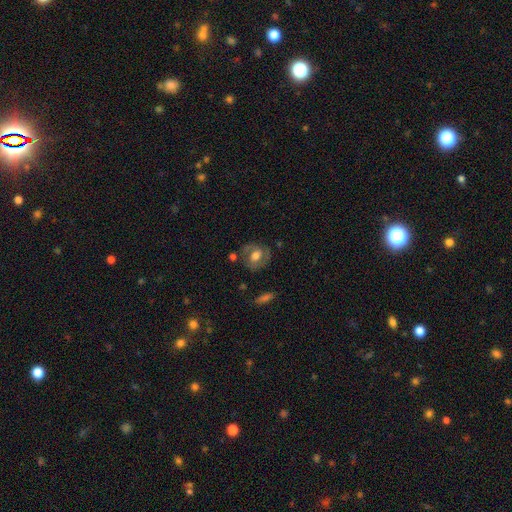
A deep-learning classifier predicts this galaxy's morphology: Smooth or featured? featured or disk (53%)
Edge-on disk? no (95%)
Bar? no (57%)
Spiral arms? yes (60%)
Bulge size? moderate (55%)
Merging? none (68%)